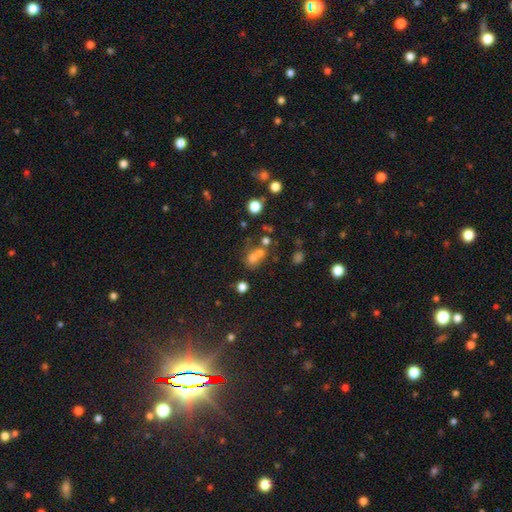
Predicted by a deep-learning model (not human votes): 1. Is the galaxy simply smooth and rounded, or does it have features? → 64% smooth, 19% star or artifact, 17% featured or disk.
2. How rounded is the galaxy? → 63% round, 35% in between, 1% cigar-shaped.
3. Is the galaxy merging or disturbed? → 54% merger, 31% none, 9% minor disturbance, 6% major disturbance.